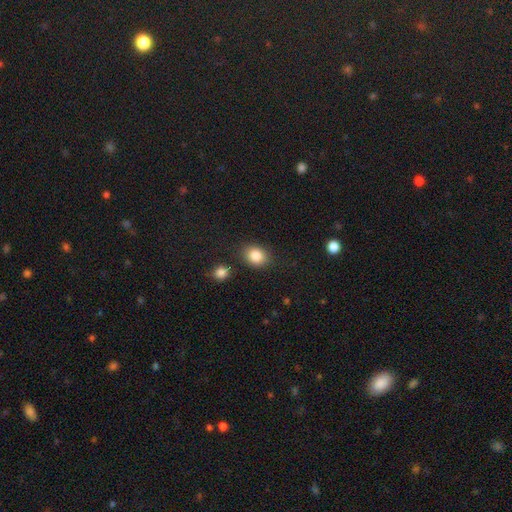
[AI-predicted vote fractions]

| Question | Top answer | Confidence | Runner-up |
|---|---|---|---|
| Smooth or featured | smooth | 85% | star or artifact (9%) |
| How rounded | in between | 52% | round (47%) |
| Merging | none | 80% | minor disturbance (11%) |